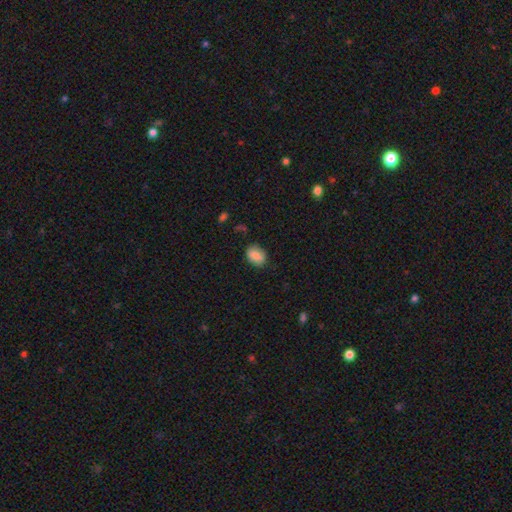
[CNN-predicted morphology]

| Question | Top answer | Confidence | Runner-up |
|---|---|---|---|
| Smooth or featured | smooth | 85% | star or artifact (8%) |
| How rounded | in between | 77% | round (21%) |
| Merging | none | 74% | minor disturbance (20%) |